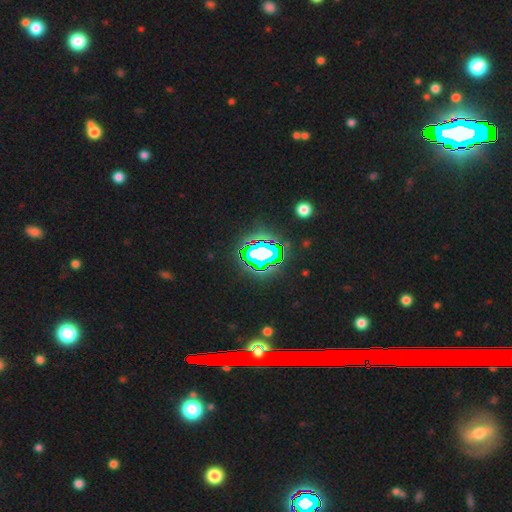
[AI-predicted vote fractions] This appears to be a star or artifact, not a galaxy (68%).